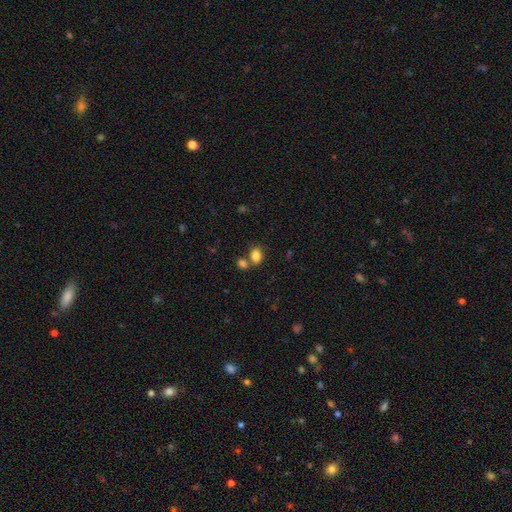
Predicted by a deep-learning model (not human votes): A smooth galaxy with no disk features (84%) that is in between round and cigar-shaped (65%). Merging: none (54%).